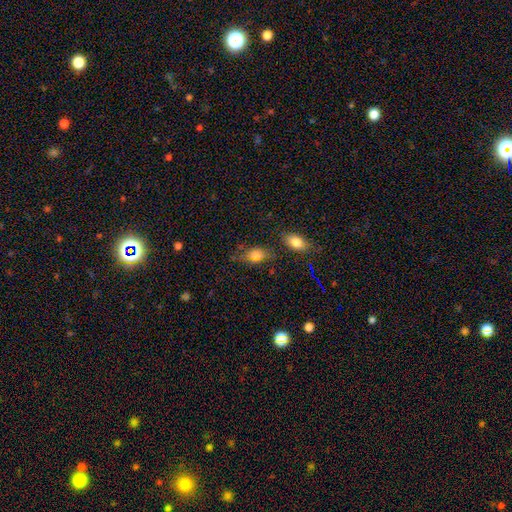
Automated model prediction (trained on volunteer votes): Smooth or featured? smooth (69%)
How rounded? in between (82%)
Merging? none (64%)